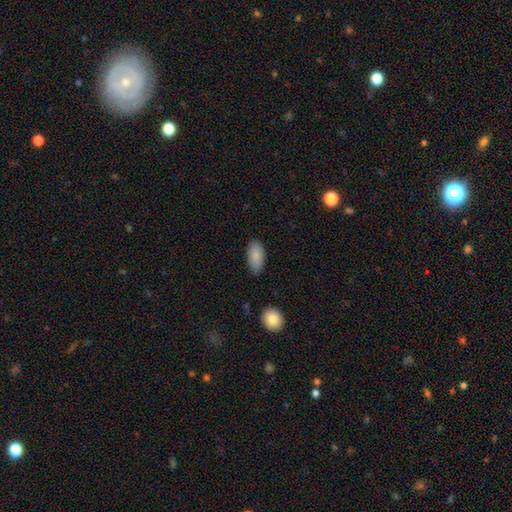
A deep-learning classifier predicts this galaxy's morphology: smooth 87%, star or artifact 6%, featured or disk 6%. Down the decision tree: how rounded — in between (93%); merging — none (80%).